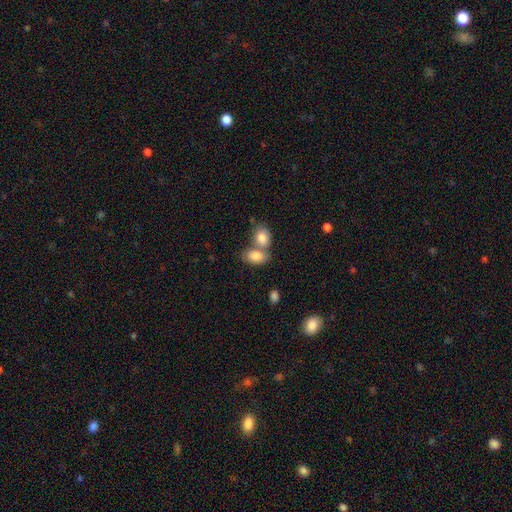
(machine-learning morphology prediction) This appears to be a smooth galaxy with no disk features (83%) that is in between round and cigar-shaped (87%). Merging: merger (53%).